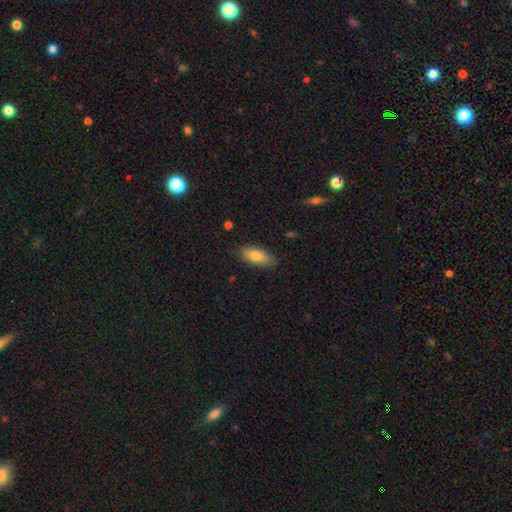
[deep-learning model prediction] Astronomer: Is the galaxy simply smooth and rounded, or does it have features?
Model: smooth — 79%.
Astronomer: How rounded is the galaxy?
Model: in between — 86%.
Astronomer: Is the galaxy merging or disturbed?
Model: none — 84%.